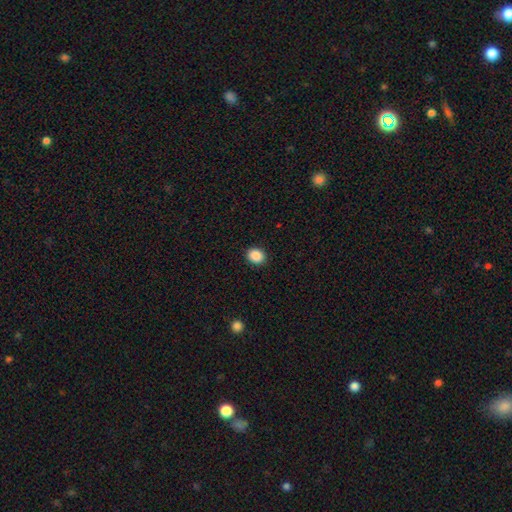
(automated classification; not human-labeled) Overall: smooth (88%). How rounded: round (68%; in between 31%). Merging: none (92%).